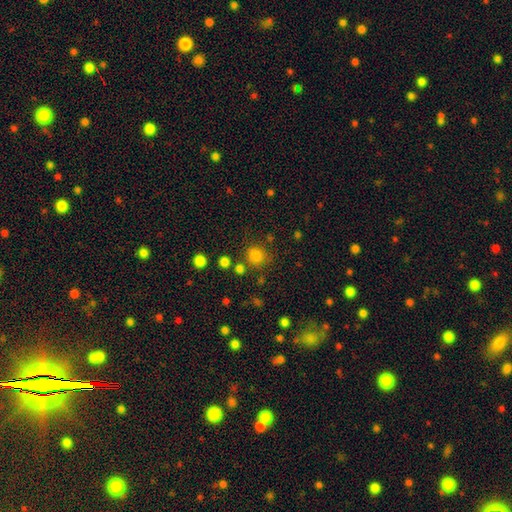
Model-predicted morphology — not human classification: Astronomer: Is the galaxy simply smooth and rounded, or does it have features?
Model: smooth — 81%.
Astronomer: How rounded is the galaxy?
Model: round — 85%.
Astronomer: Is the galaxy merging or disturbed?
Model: none — 77%.